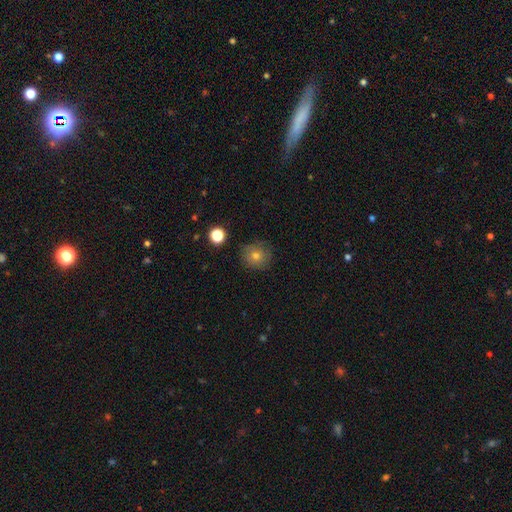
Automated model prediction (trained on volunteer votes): Q: Smooth or featured?
A: smooth (76%); runner-up: star or artifact (12%)
Q: How rounded?
A: round (89%); runner-up: in between (10%)
Q: Merging?
A: none (82%); runner-up: minor disturbance (13%)